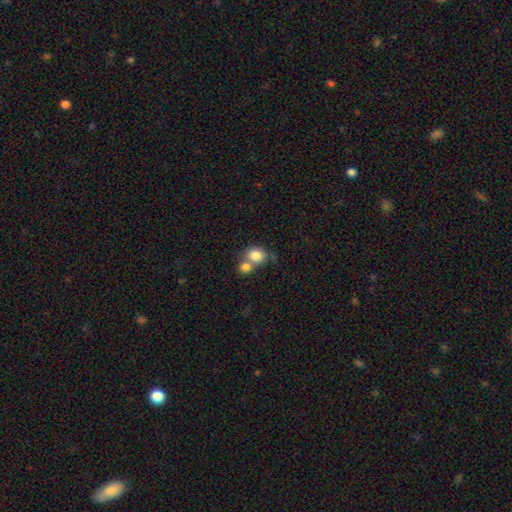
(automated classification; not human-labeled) smooth_or_featured: smooth (p=0.81) [alt: featured or disk p=0.10]
how_rounded: round (p=0.62) [alt: in between p=0.37]
merging: merger (p=0.56) [alt: none p=0.31]